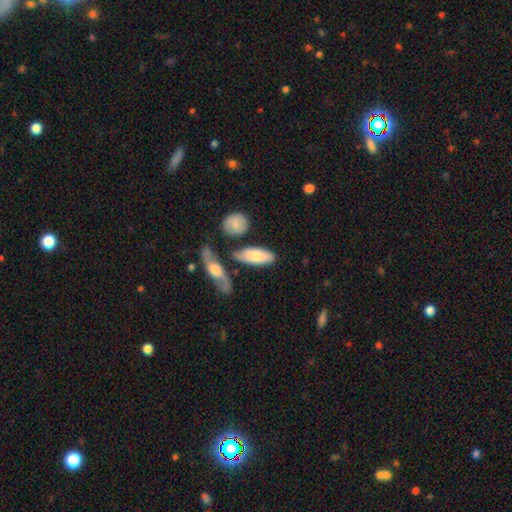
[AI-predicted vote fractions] Smooth or featured?
  - smooth: 71% *
  - featured or disk: 23%
  - star or artifact: 5%
How rounded?
  - in between: 73% *
  - cigar-shaped: 24%
  - round: 3%
Merging?
  - none: 64% *
  - minor disturbance: 16%
  - merger: 13%
  - major disturbance: 6%